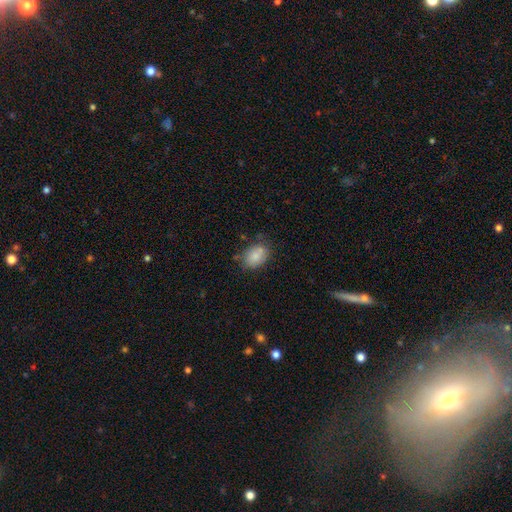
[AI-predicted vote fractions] Morphology: type=smooth (83%); roundness=in between (74%); merging=none (70%).